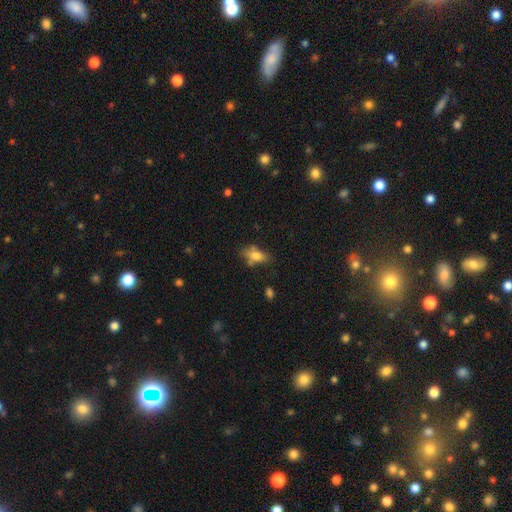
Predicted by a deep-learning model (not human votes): Smooth or featured: smooth — 70% (featured or disk — 19%)
How rounded: in between — 84% (round — 9%)
Merging: none — 47% (minor disturbance — 27%)